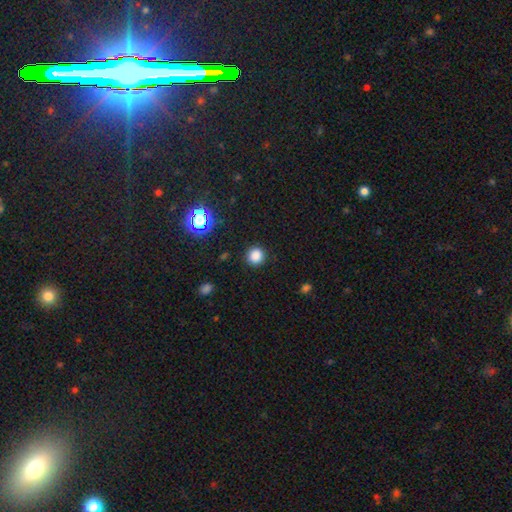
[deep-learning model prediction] Overall: smooth (82%). How rounded: round (93%). Merging: none (90%).